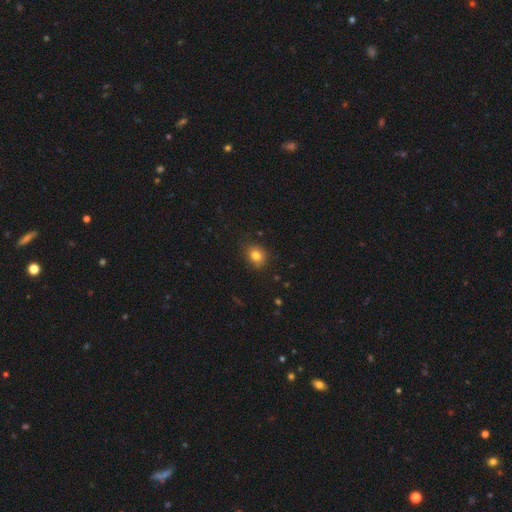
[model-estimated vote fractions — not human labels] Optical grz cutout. It shows a smooth galaxy with no disk features (81%) that is round (70%). Merging: none (81%).